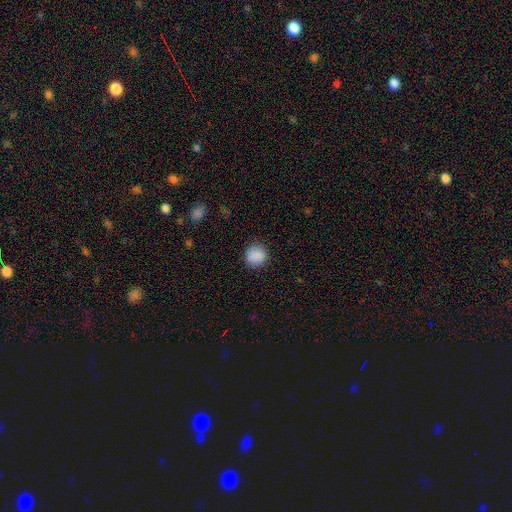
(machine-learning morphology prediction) Smooth or featured: smooth — 88% (star or artifact — 8%)
How rounded: round — 88% (in between — 11%)
Merging: none — 87% (minor disturbance — 9%)